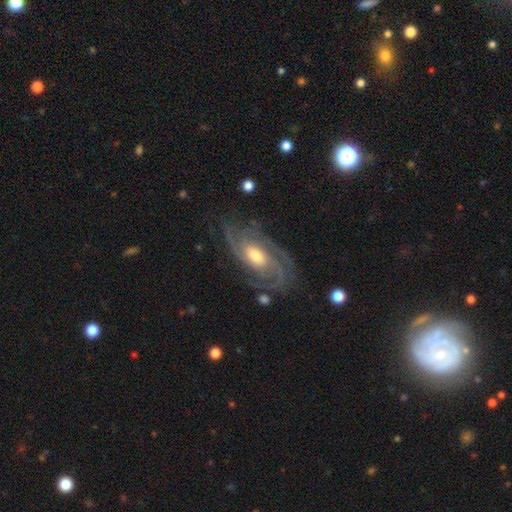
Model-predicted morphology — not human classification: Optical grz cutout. It shows a featured or disk galaxy (91%) with no bar (58%), 3 (32%) tight (53%) spiral arms (98%) and a moderate central bulge (65%). Merging: none (74%).